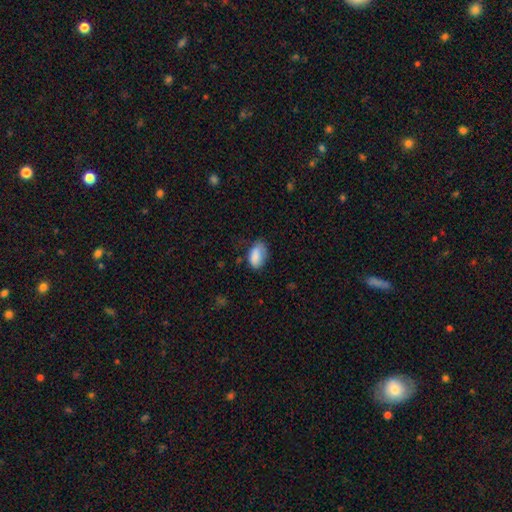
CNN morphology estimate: Smooth or featured? Predicted: smooth (p=0.83). How rounded? Predicted: in between (p=0.91). Merging? Predicted: none (p=0.54).